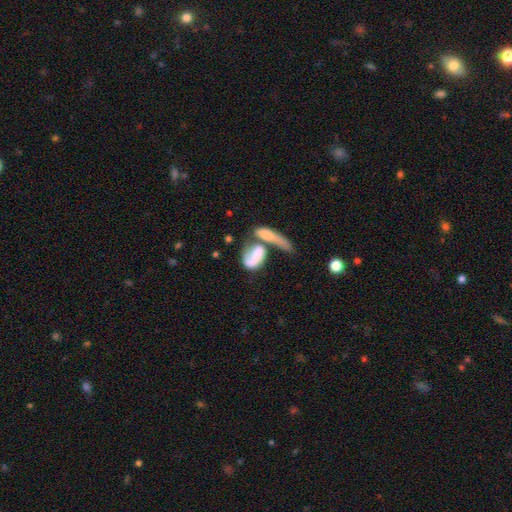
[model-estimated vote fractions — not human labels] A smooth galaxy with no disk features (49%).

Vote fractions:
- Smooth or featured? smooth: 49% / featured or disk: 44% / star or artifact: 7%
- Merging? merger: 58% / major disturbance: 19% / none: 15% / minor disturbance: 8%